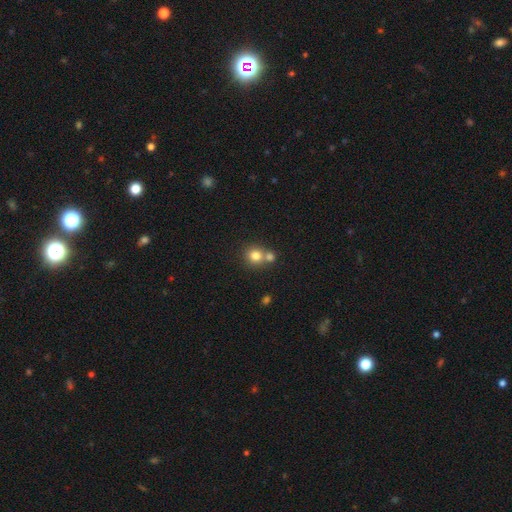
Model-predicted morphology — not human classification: smooth_or_featured: smooth (p=0.79) [alt: star or artifact p=0.12]
how_rounded: round (p=0.88) [alt: in between p=0.11]
merging: none (p=0.50) [alt: merger p=0.41]